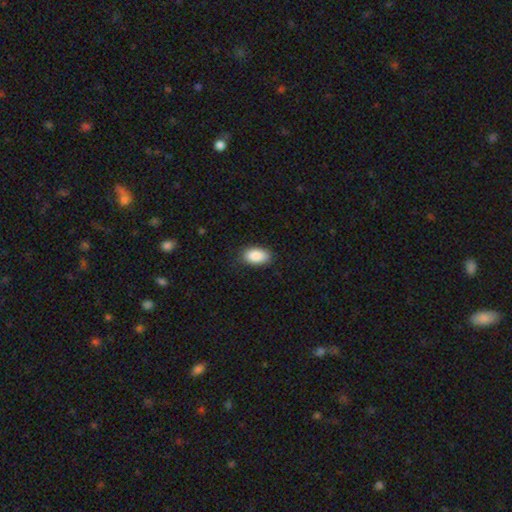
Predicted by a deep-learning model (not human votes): Morphology: type=smooth (89%); roundness=in between (94%); merging=none (84%).